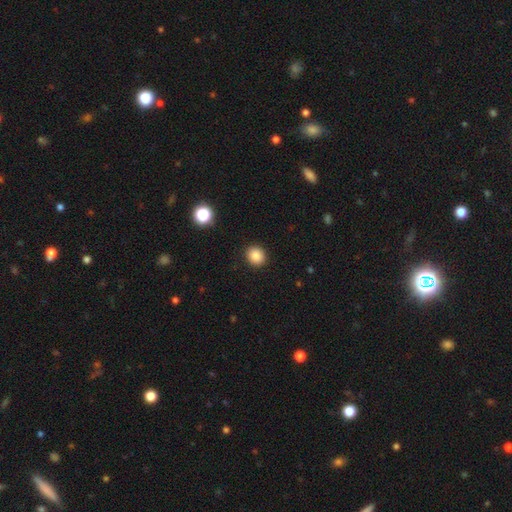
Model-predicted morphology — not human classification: Smooth or featured: smooth — 87% (star or artifact — 10%)
How rounded: round — 78% (in between — 21%)
Merging: none — 91% (minor disturbance — 6%)